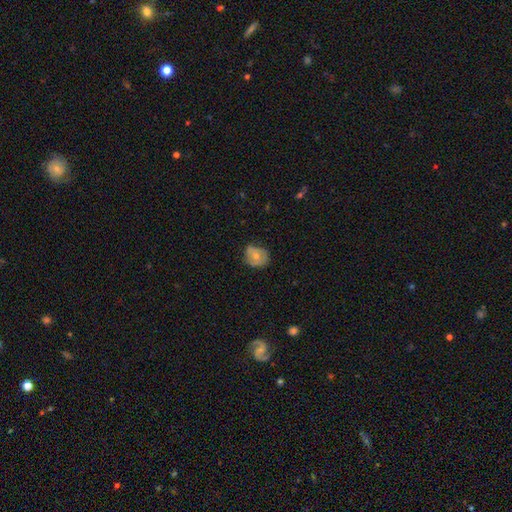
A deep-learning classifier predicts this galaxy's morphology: This is likely a smooth galaxy (63%). How rounded: possibly round (59%). Merging: possibly none (58%).